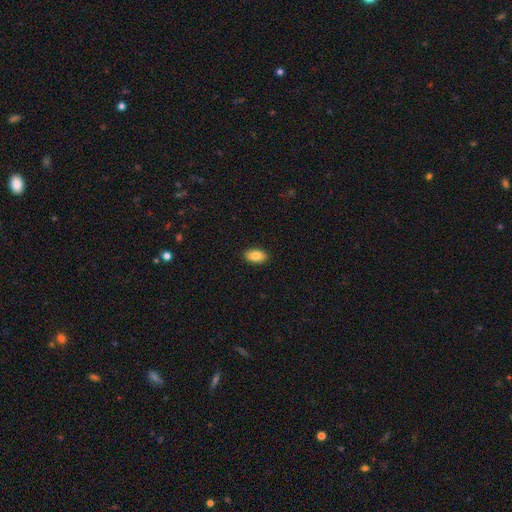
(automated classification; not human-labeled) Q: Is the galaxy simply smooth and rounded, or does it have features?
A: smooth — 86%.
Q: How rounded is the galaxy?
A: in between — 93%.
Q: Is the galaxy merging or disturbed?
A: none — 90%.